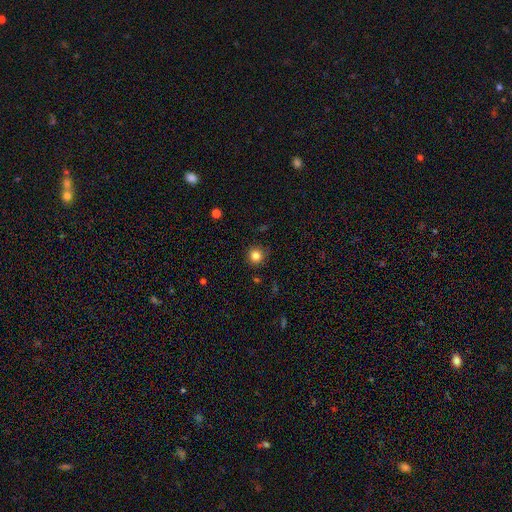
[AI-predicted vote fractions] This is clearly a smooth galaxy (83%). How rounded: clearly round (93%). Merging: clearly none (88%).